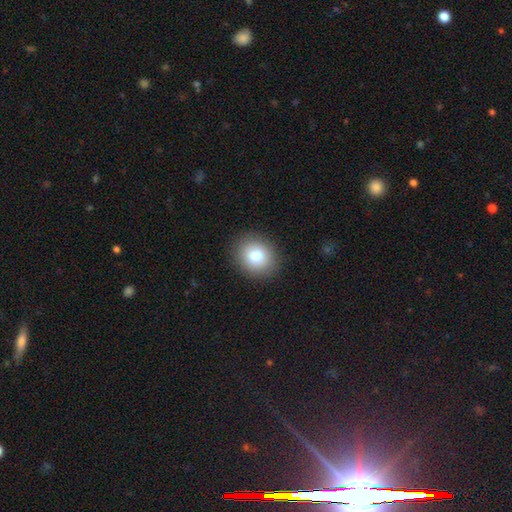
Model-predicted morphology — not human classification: A smooth galaxy with no disk features (79%) that is round (68%). Merging: none (89%).